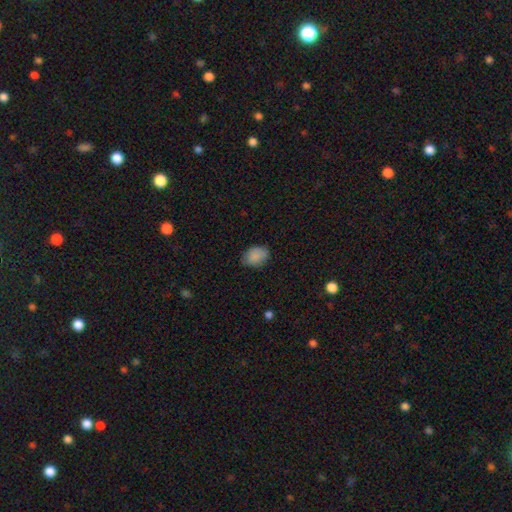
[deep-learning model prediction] This appears to be a smooth galaxy with no disk features (86%) that is in between round and cigar-shaped (64%). Merging: none (75%).